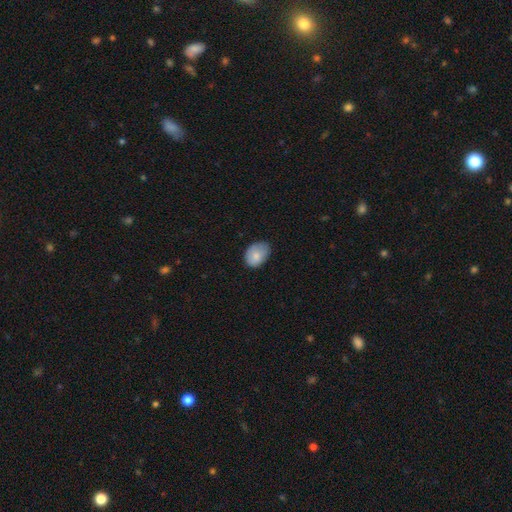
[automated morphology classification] Smooth or featured? Predicted: smooth (p=0.80). How rounded? Predicted: in between (p=0.75). Merging? Predicted: none (p=0.65).